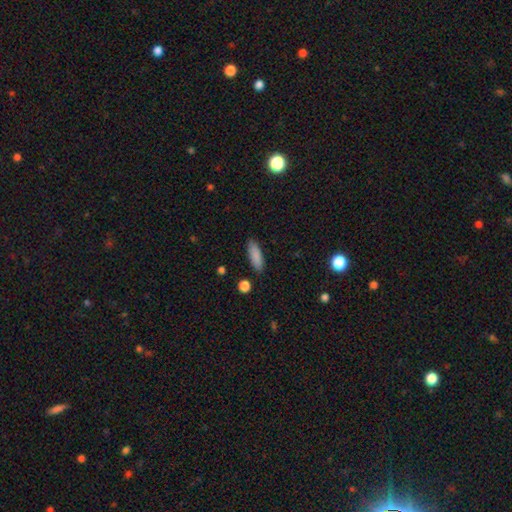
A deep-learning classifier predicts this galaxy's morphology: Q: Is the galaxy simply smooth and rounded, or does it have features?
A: smooth — 87%.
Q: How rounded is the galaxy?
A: in between — 56%.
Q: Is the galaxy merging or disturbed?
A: none — 86%.